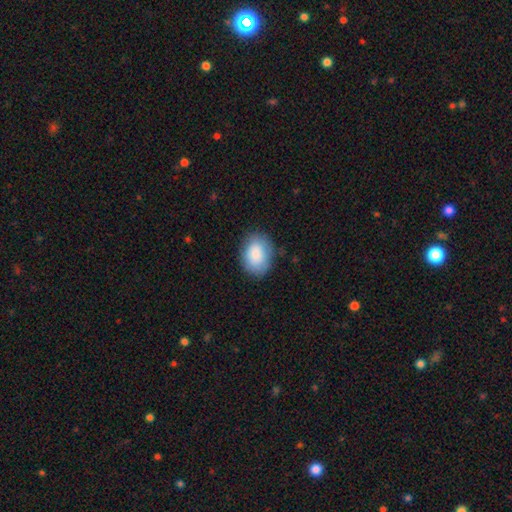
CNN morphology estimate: A smooth galaxy with no disk features (87%) that is in between round and cigar-shaped (76%). Merging: none (81%).